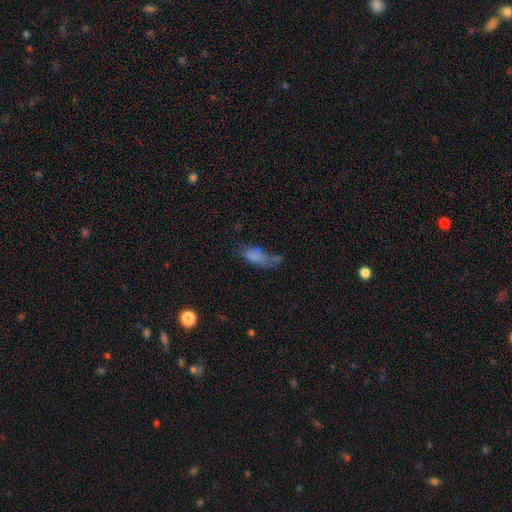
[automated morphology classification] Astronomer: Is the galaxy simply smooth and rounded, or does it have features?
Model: smooth — 68%.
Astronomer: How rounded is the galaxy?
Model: in between — 81%.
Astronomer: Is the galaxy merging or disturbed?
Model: major disturbance — 36% (runner-up: none, 27%).